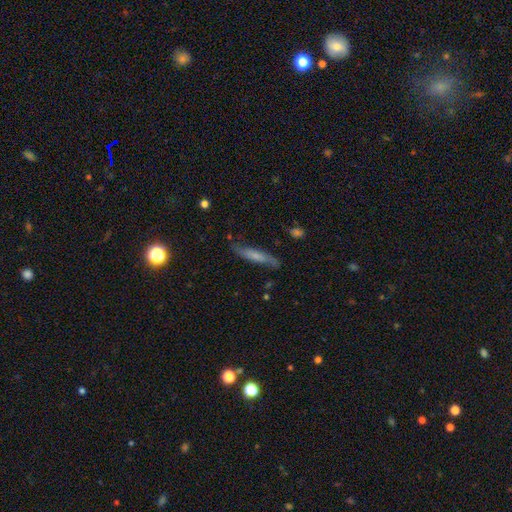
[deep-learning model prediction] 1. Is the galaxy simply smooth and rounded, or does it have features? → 48% smooth, 44% featured or disk, 7% star or artifact.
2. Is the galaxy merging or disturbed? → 72% none, 21% minor disturbance, 5% major disturbance, 2% merger.